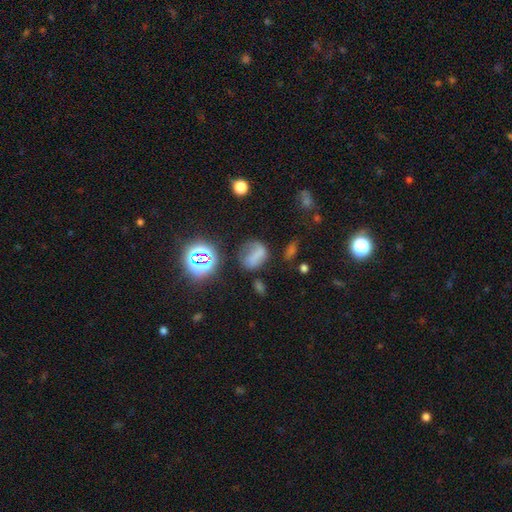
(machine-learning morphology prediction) smooth-or-featured: smooth: 55% | featured or disk: 23% | star or artifact: 23%
  how-rounded: in between: 53% | round: 44% | cigar-shaped: 3%
  merging: none: 45% | minor disturbance: 26% | major disturbance: 23% | merger: 6%